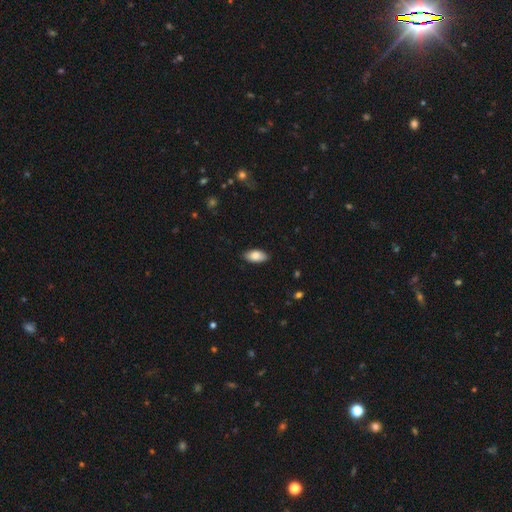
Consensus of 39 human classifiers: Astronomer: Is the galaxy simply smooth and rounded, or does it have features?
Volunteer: smooth — 87%.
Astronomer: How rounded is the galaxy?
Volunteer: in between — 91%.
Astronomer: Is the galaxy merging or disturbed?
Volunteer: none — 87%.